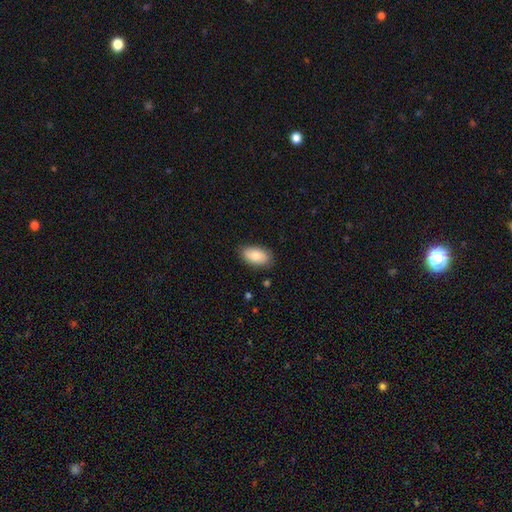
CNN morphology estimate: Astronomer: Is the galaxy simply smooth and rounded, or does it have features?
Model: smooth — 82%.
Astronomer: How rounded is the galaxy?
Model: in between — 94%.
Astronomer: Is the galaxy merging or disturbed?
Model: none — 83%.